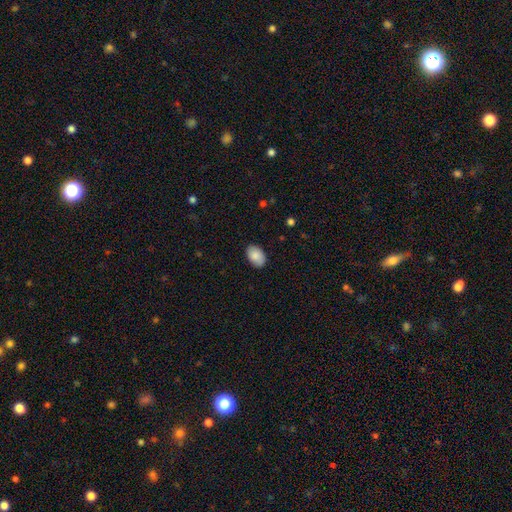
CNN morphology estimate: smooth-or-featured: smooth: 87% | star or artifact: 6% | featured or disk: 6%
  how-rounded: in between: 87% | round: 12% | cigar-shaped: 1%
  merging: none: 86% | minor disturbance: 11% | major disturbance: 2% | merger: 1%